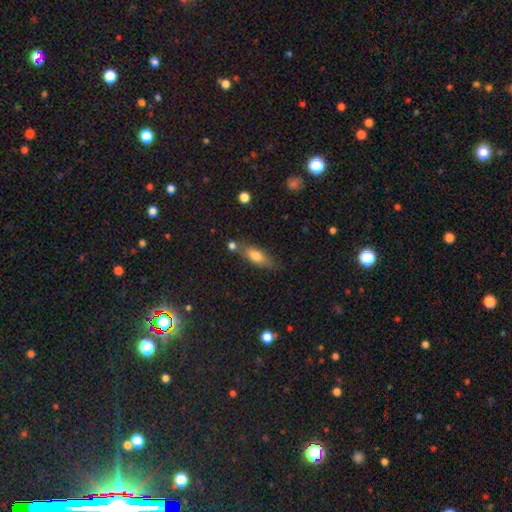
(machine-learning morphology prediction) Smooth or featured? smooth (74%)
How rounded? in between (65%)
Merging? none (66%)